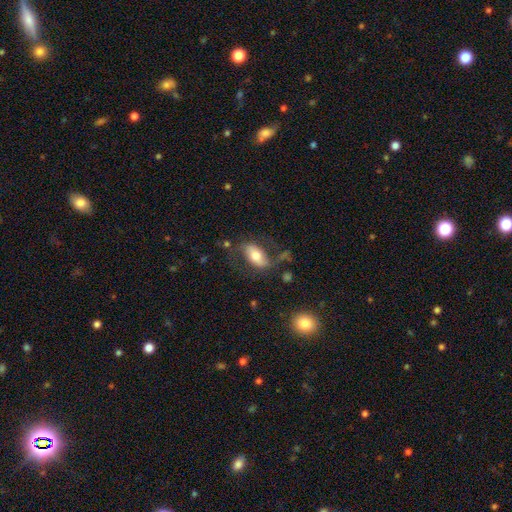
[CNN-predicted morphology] Q: Smooth or featured?
A: smooth (56%); runner-up: featured or disk (37%)
Q: How rounded?
A: in between (91%); runner-up: round (5%)
Q: Merging?
A: none (58%); runner-up: minor disturbance (20%)